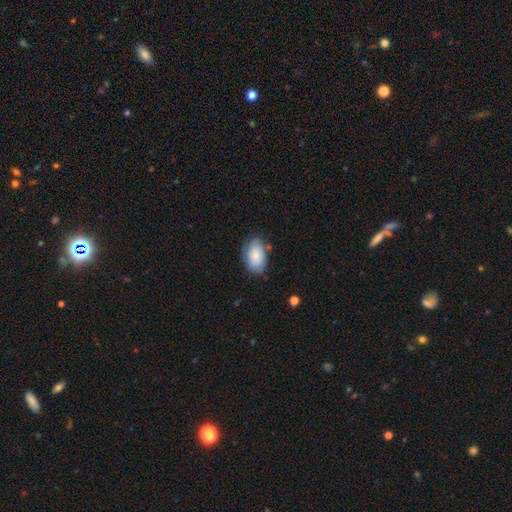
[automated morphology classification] Overall: smooth (75%). How rounded: in between (91%). Merging: none (71%).